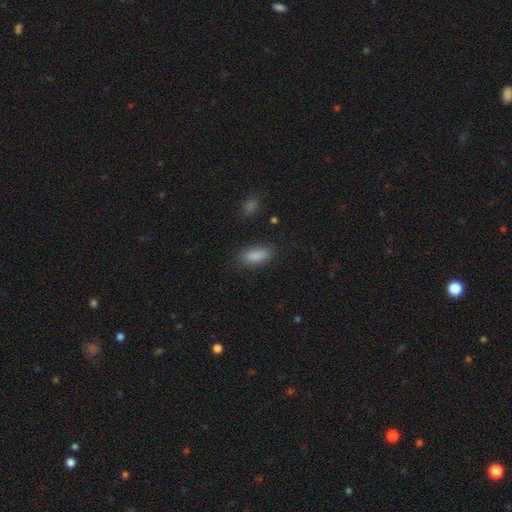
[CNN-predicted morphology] Q: Smooth or featured?
A: smooth (88%); runner-up: star or artifact (7%)
Q: How rounded?
A: in between (78%); runner-up: cigar-shaped (19%)
Q: Merging?
A: none (85%); runner-up: minor disturbance (10%)